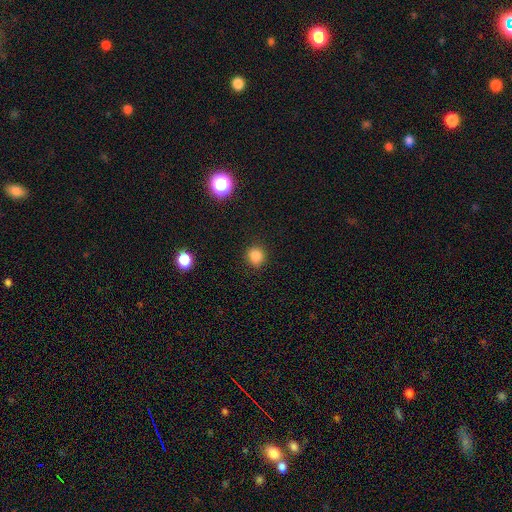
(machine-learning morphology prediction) This is clearly a smooth galaxy (84%). How rounded: clearly round (87%). Merging: clearly none (88%).